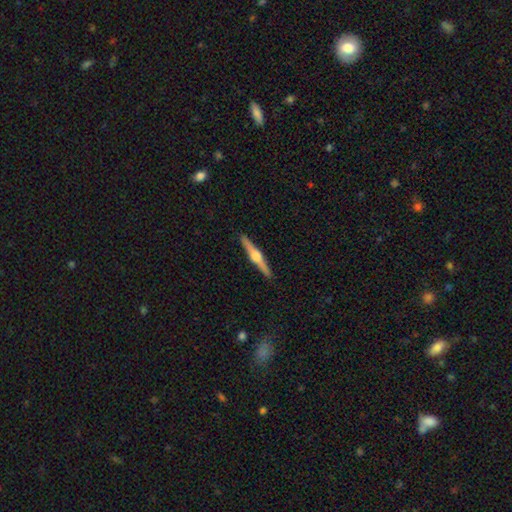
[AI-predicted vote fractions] featured or disk 77%, smooth 18%, star or artifact 5%. Down the decision tree: edge-on disk — yes (98%); edge-on bulge — rounded (95%); merging — none (92%).